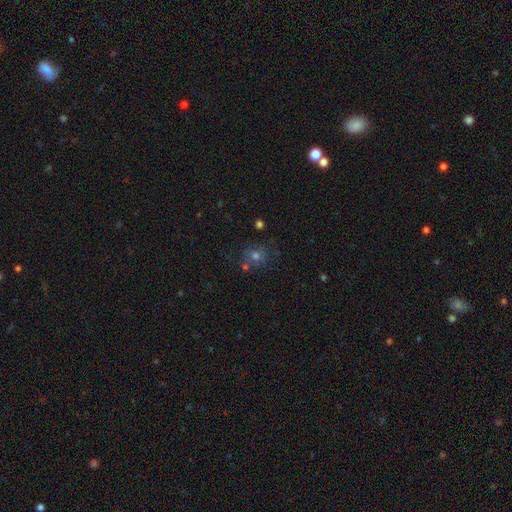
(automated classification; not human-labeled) smooth 52%, star or artifact 31%, featured or disk 17%. Down the decision tree: how rounded — round (81%); merging — none (72%).